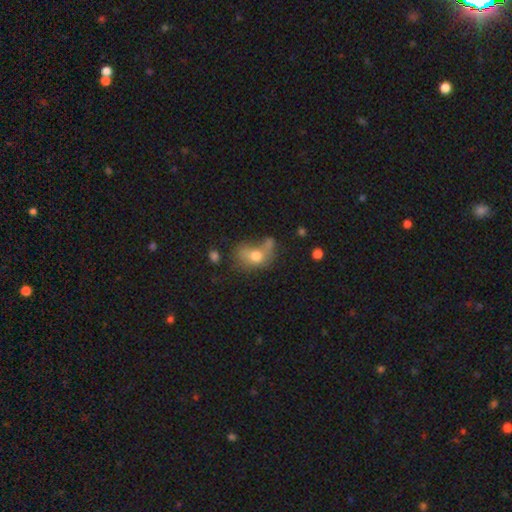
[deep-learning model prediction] Smooth or featured? smooth (66%)
How rounded? in between (61%)
Merging? none (31%)